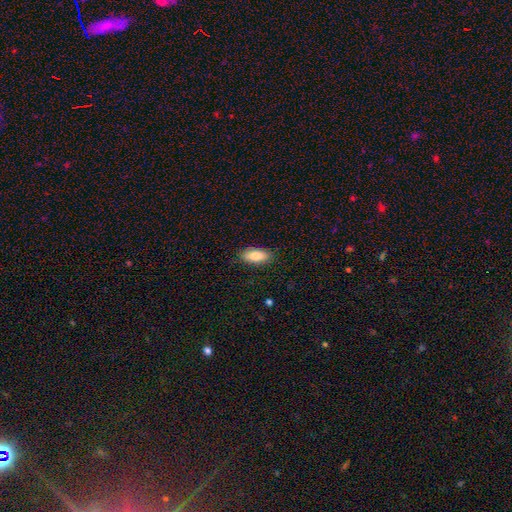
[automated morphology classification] Smooth or featured: smooth — 85% (featured or disk — 9%)
How rounded: in between — 87% (cigar-shaped — 11%)
Merging: none — 86% (minor disturbance — 10%)